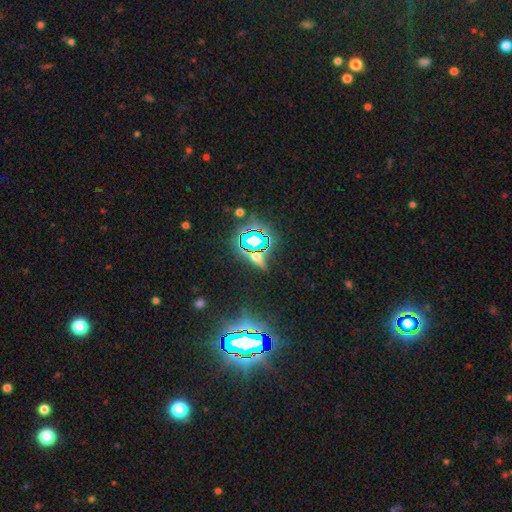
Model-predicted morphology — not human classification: Smooth or featured? Predicted: star or artifact (p=0.67).